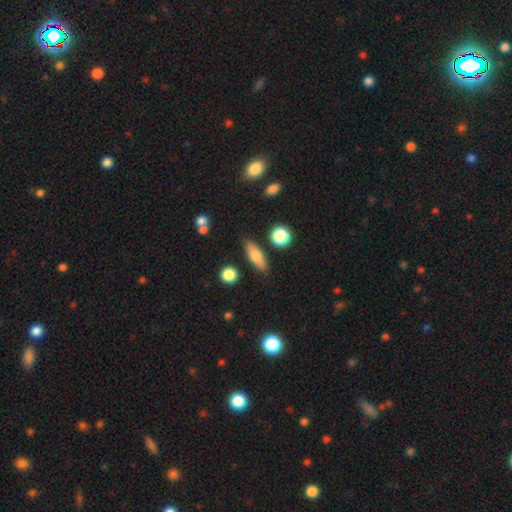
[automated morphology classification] The model was most divided on "how rounded": in between: 52%, cigar-shaped: 42%, round: 6%. More confident: merging — none (83%); smooth or featured — smooth (70%).